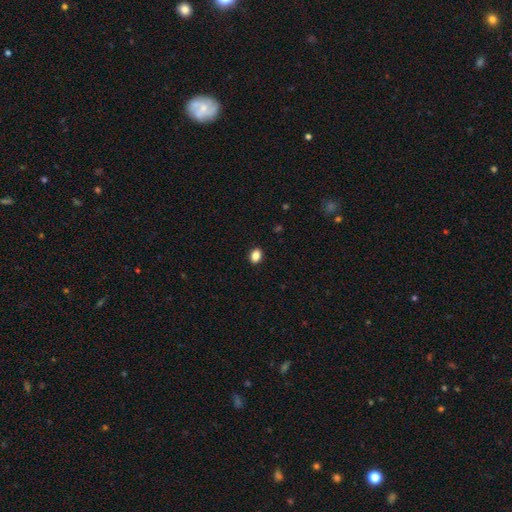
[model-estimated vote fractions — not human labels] Q: Smooth or featured?
A: smooth (87%); runner-up: star or artifact (10%)
Q: How rounded?
A: in between (65%); runner-up: round (34%)
Q: Merging?
A: none (91%); runner-up: minor disturbance (7%)